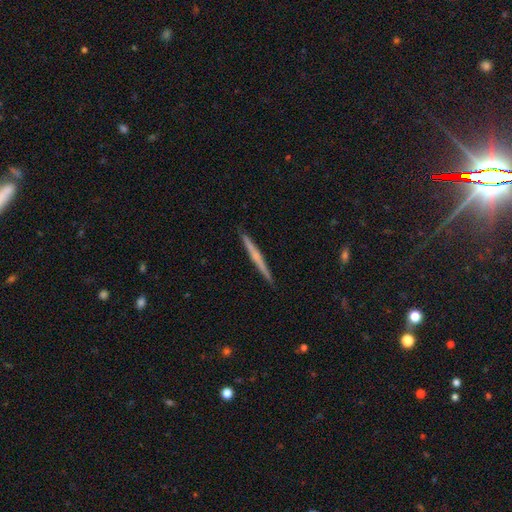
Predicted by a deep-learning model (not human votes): Smooth or featured? Predicted: featured or disk (p=0.52). Edge-on disk? Predicted: yes (p=0.98). Edge-on bulge? Predicted: none (p=0.70). Merging? Predicted: none (p=0.92).